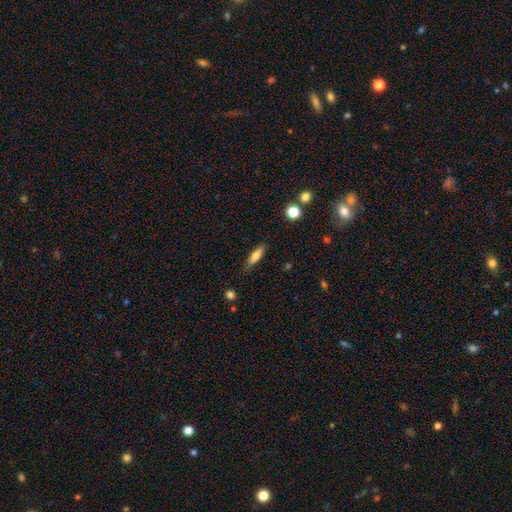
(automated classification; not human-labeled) This is likely a smooth galaxy (69%). How rounded: likely cigar-shaped (62%). Merging: clearly none (81%).